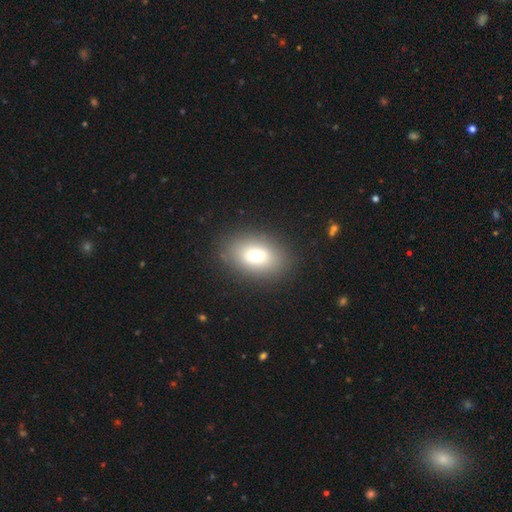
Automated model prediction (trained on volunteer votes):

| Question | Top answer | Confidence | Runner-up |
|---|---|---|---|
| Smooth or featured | smooth | 74% | featured or disk (16%) |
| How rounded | in between | 84% | round (14%) |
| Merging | none | 86% | minor disturbance (9%) |